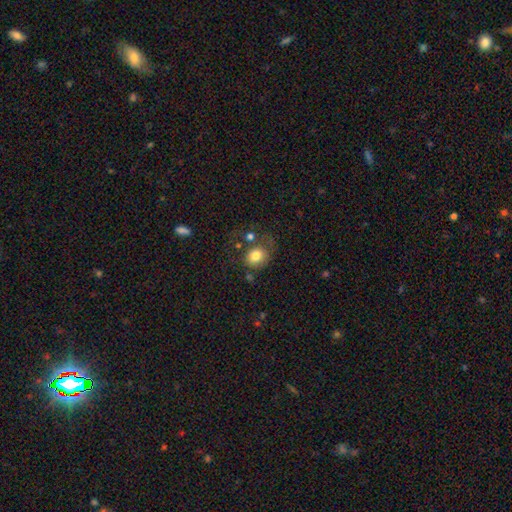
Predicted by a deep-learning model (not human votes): Smooth or featured? Predicted: smooth (p=0.79). How rounded? Predicted: round (p=0.65). Merging? Predicted: none (p=0.58).